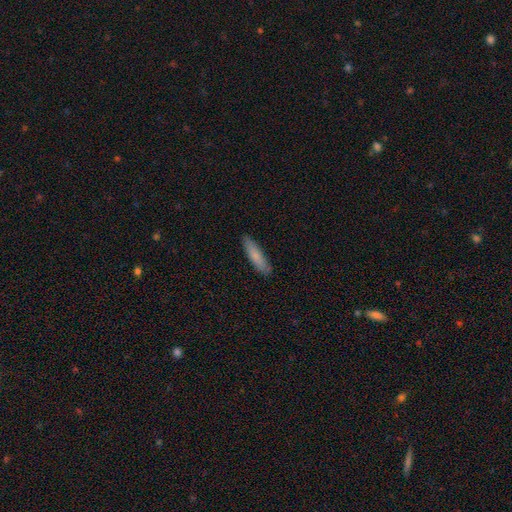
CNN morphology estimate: Smooth or featured?
  - smooth: 80% *
  - featured or disk: 14%
  - star or artifact: 6%
How rounded?
  - cigar-shaped: 75% *
  - in between: 24%
  - round: 1%
Merging?
  - none: 87% *
  - minor disturbance: 10%
  - major disturbance: 2%
  - merger: 1%